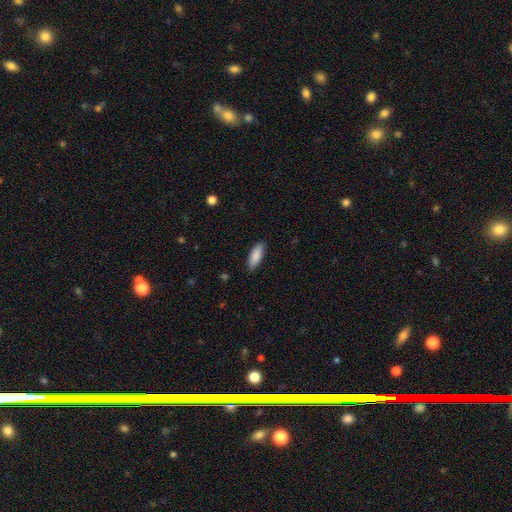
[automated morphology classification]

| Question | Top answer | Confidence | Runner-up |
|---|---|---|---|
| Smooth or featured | smooth | 88% | featured or disk (7%) |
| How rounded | in between | 63% | cigar-shaped (36%) |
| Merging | none | 87% | minor disturbance (10%) |